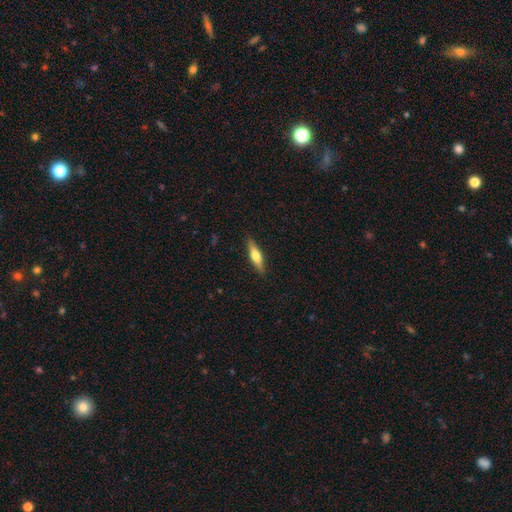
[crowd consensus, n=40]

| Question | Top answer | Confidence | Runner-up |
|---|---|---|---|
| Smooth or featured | smooth | 60% | featured or disk (38%) |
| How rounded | cigar-shaped | 67% | in between (33%) |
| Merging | none | 90% | minor disturbance (5%) |